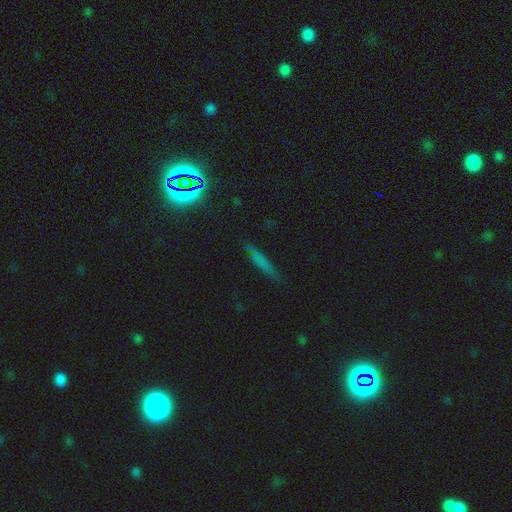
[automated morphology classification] Overall: smooth (50%; featured or disk 29%). Merging: none (81%).